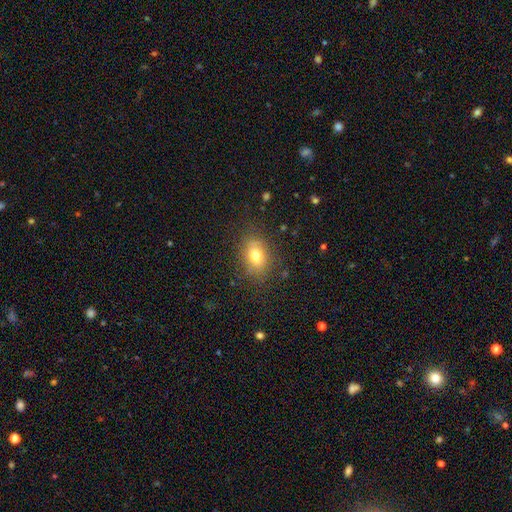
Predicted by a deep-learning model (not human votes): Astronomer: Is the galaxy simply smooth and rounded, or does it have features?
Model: smooth — 74%.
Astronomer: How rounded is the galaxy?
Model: in between — 69%.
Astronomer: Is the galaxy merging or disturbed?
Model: none — 79%.